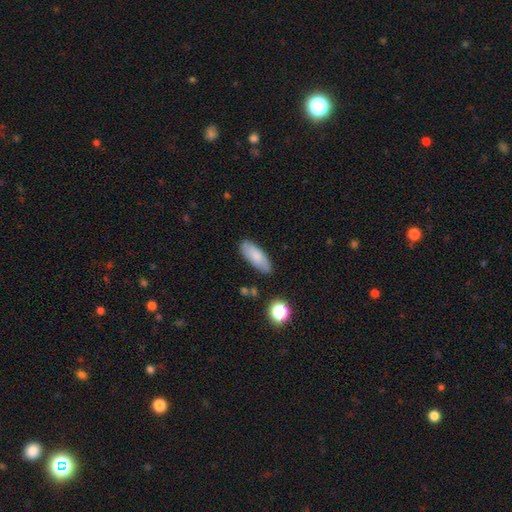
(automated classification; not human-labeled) Smooth or featured?
  - smooth: 82% *
  - featured or disk: 11%
  - star or artifact: 7%
How rounded?
  - in between: 73% *
  - cigar-shaped: 25%
  - round: 2%
Merging?
  - none: 81% *
  - minor disturbance: 14%
  - major disturbance: 3%
  - merger: 2%